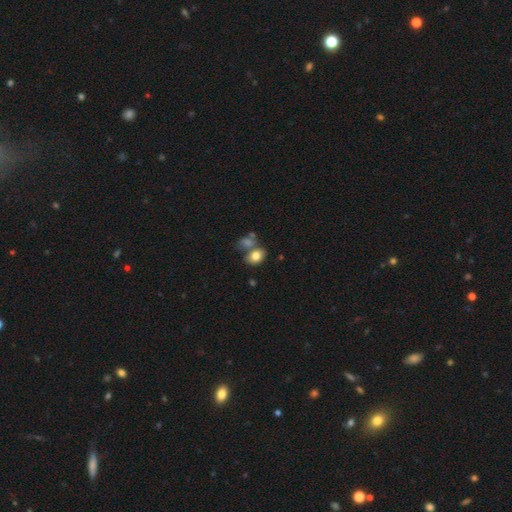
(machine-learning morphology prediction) Overall: smooth (78%). How rounded: in between (68%; round 31%). Merging: none (48%; merger 30%).